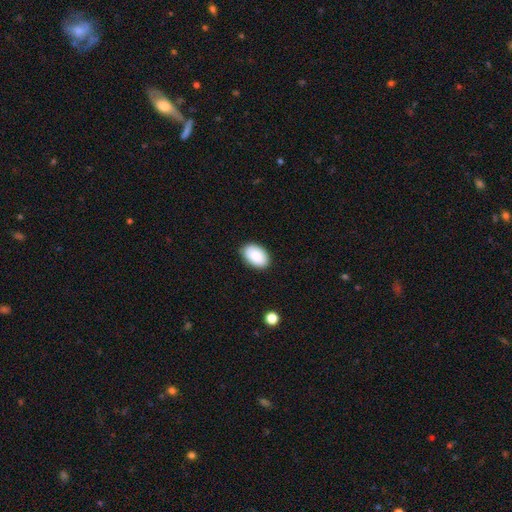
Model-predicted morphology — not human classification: Overall: smooth (88%). How rounded: in between (92%). Merging: none (87%).